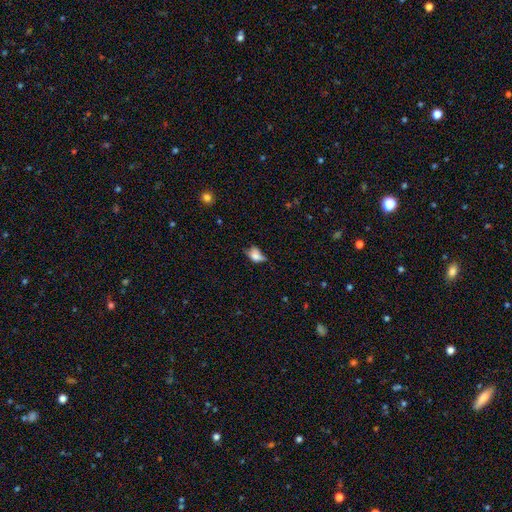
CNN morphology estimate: This appears to be a smooth galaxy with no disk features (69%) that is in between round and cigar-shaped (77%). Merging: minor disturbance (40%).